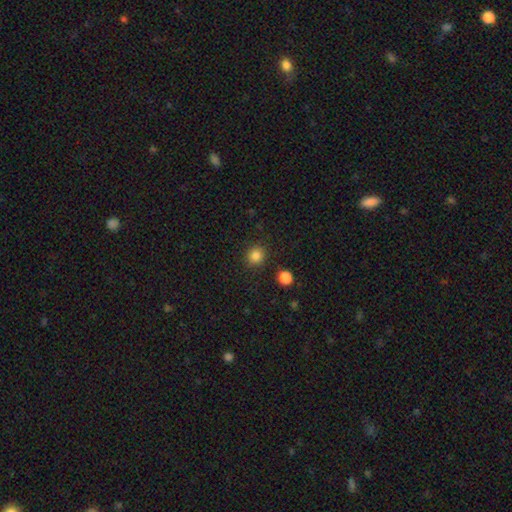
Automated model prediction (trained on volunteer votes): Smooth or featured?
  - smooth: 84% *
  - star or artifact: 12%
  - featured or disk: 4%
How rounded?
  - round: 89% *
  - in between: 10%
  - cigar-shaped: 1%
Merging?
  - none: 90% *
  - minor disturbance: 6%
  - major disturbance: 2%
  - merger: 2%